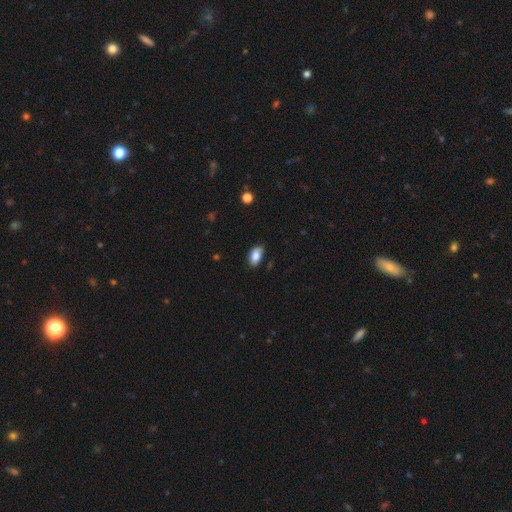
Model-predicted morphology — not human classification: Smooth or featured? smooth (86%)
How rounded? in between (92%)
Merging? none (77%)